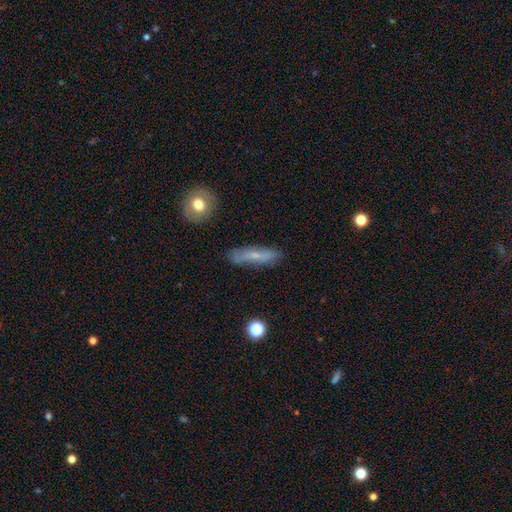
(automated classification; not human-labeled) This is possibly a smooth galaxy (50%). How rounded: likely cigar-shaped (77%). Merging: clearly none (82%).